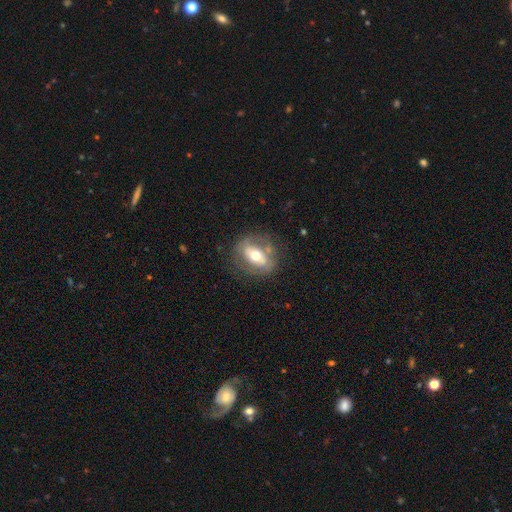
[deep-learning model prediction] A featured or disk galaxy (53%). Merging: none (68%).